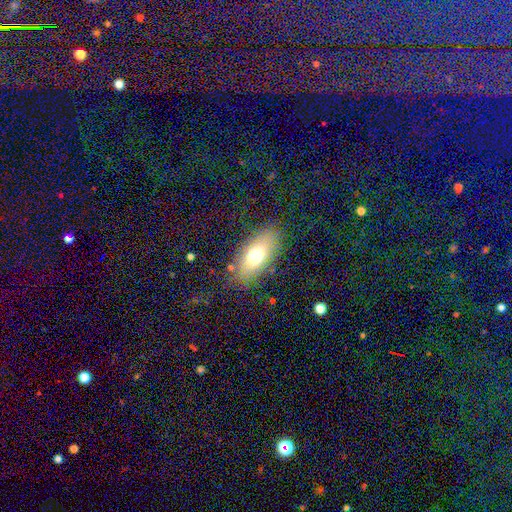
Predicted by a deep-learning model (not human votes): This is likely a smooth galaxy (69%). How rounded: clearly in between (83%). Merging: clearly none (81%).